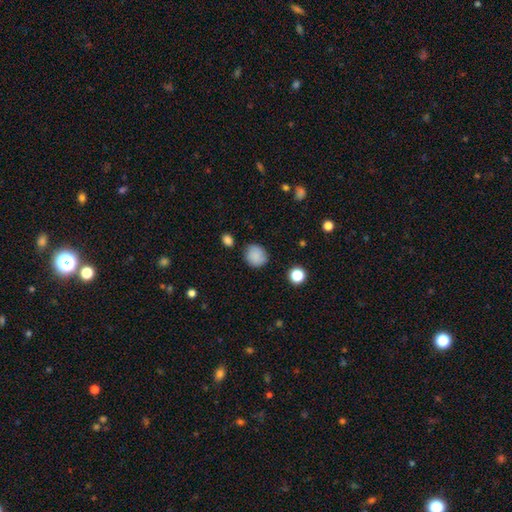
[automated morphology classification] A smooth galaxy with no disk features (86%) that is round (84%).

Vote fractions:
- Smooth or featured? smooth: 86% / star or artifact: 9% / featured or disk: 5%
- How rounded? round: 84% / in between: 15% / cigar-shaped: 1%
- Merging? none: 82% / minor disturbance: 12% / major disturbance: 3% / merger: 3%